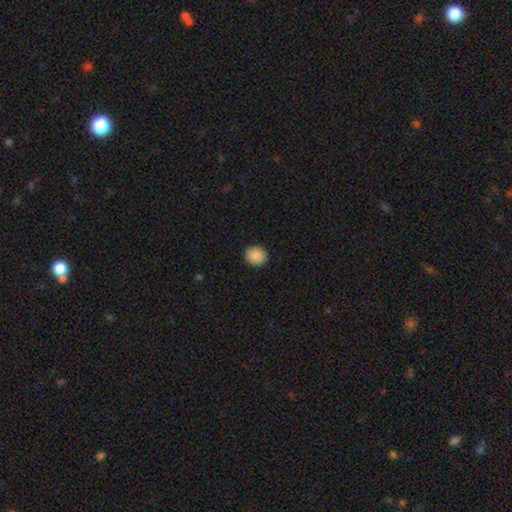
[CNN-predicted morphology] Smooth or featured? Predicted: smooth (p=0.89). How rounded? Predicted: round (p=0.76). Merging? Predicted: none (p=0.92).